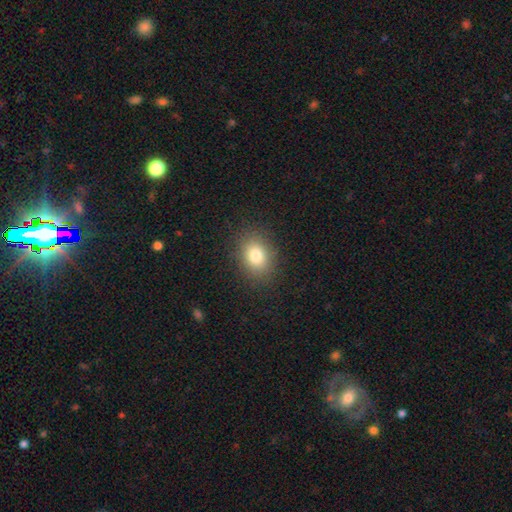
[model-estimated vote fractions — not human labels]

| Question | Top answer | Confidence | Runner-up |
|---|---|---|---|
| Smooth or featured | smooth | 81% | star or artifact (11%) |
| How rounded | in between | 60% | round (39%) |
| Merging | none | 87% | minor disturbance (9%) |